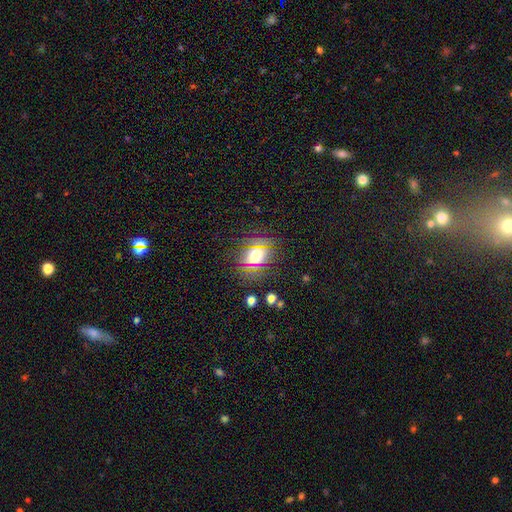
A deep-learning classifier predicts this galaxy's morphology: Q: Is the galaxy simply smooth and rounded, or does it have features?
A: smooth — 50%.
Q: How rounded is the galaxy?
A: round — 62%.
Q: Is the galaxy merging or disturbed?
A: none — 83%.